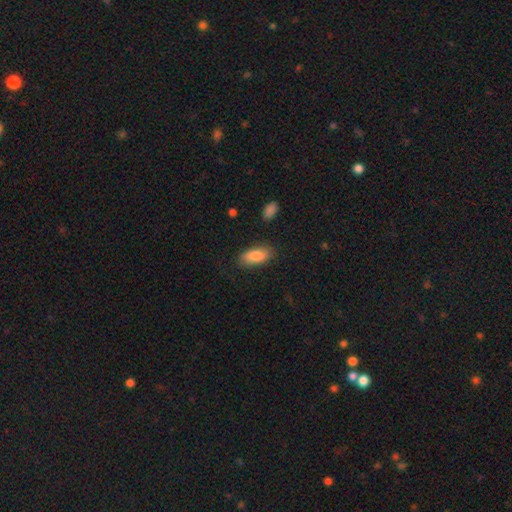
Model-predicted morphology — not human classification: This appears to be a smooth galaxy with no disk features (85%) that is in between round and cigar-shaped (84%). Merging: none (81%).